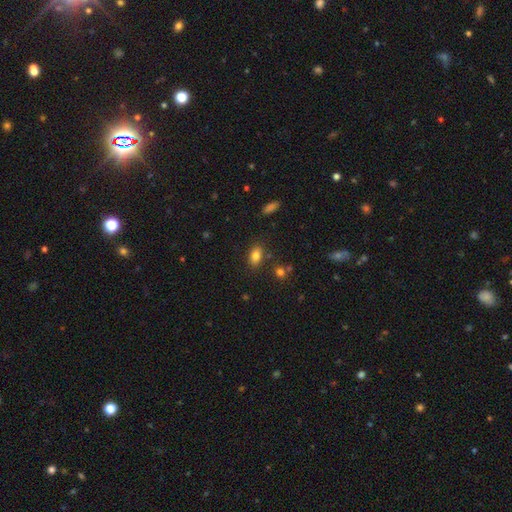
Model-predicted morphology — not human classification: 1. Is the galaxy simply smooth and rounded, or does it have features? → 82% smooth, 10% star or artifact, 8% featured or disk.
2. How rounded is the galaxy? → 86% in between, 11% round, 3% cigar-shaped.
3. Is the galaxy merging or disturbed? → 81% none, 12% minor disturbance, 4% merger, 3% major disturbance.